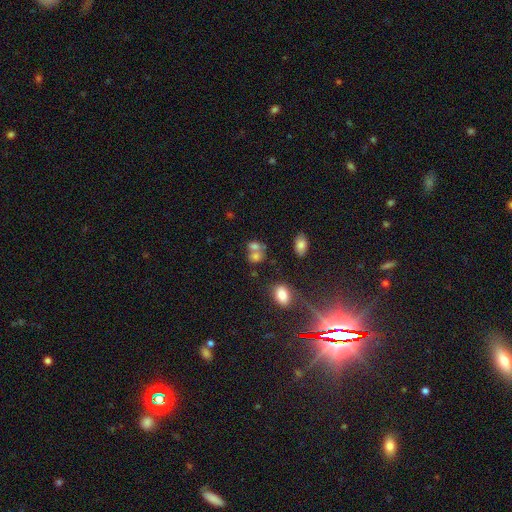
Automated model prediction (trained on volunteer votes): Smooth or featured? smooth (70%)
How rounded? in between (53%)
Merging? merger (56%)